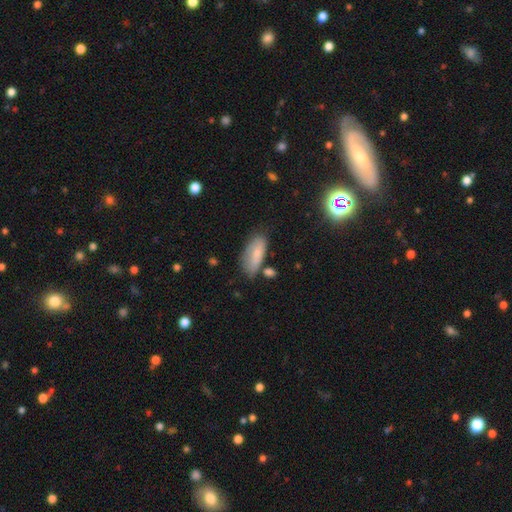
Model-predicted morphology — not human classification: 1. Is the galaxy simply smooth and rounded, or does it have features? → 76% smooth, 17% featured or disk, 7% star or artifact.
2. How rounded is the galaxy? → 82% in between, 15% cigar-shaped, 2% round.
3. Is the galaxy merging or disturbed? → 61% none, 24% minor disturbance, 8% merger, 7% major disturbance.